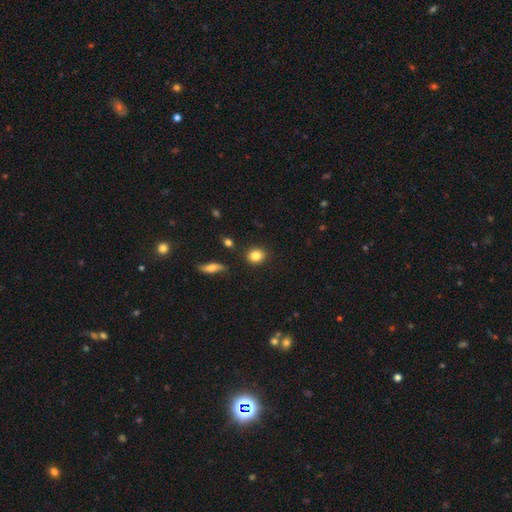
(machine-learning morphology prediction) Smooth or featured? smooth (85%)
How rounded? round (64%)
Merging? none (87%)